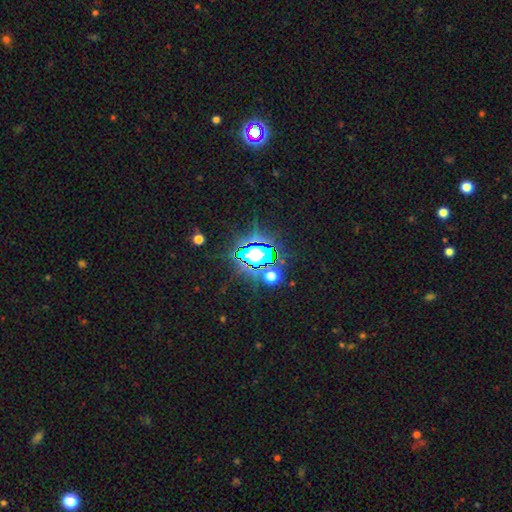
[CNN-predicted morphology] Q: Smooth or featured?
A: star or artifact (78%); runner-up: smooth (13%)